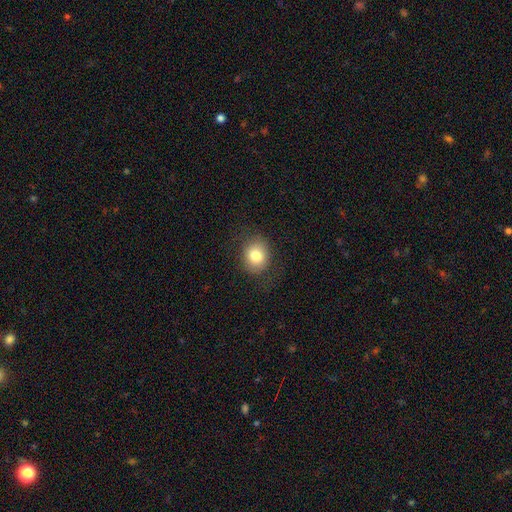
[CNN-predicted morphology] Q: Smooth or featured?
A: smooth (80%); runner-up: featured or disk (10%)
Q: How rounded?
A: round (67%); runner-up: in between (32%)
Q: Merging?
A: none (80%); runner-up: minor disturbance (13%)